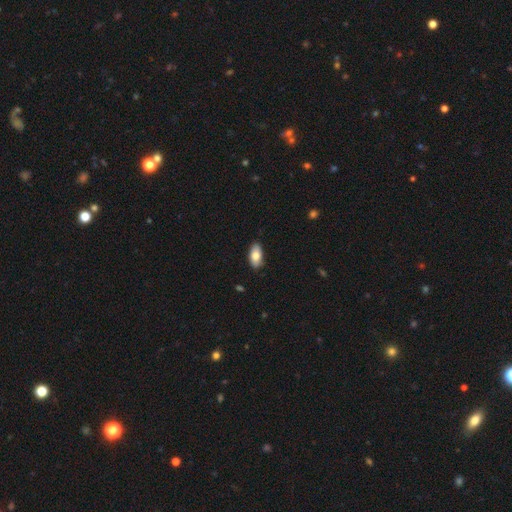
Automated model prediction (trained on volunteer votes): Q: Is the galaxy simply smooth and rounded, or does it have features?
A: smooth — 81%.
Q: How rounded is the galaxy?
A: in between — 93%.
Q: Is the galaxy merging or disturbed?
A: none — 87%.